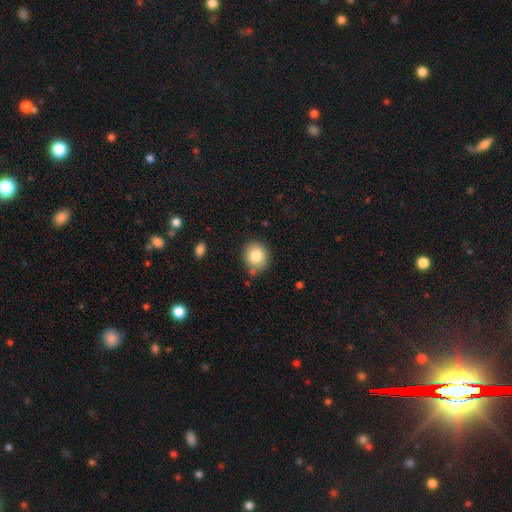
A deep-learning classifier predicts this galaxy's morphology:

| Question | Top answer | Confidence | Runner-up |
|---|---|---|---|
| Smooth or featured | smooth | 81% | star or artifact (9%) |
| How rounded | round | 76% | in between (23%) |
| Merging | none | 78% | minor disturbance (14%) |